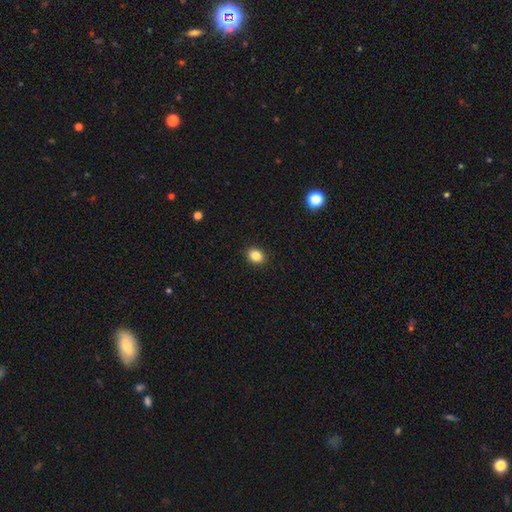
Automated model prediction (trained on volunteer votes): A smooth galaxy with no disk features (85%) that is in between round and cigar-shaped (57%). Merging: none (91%).